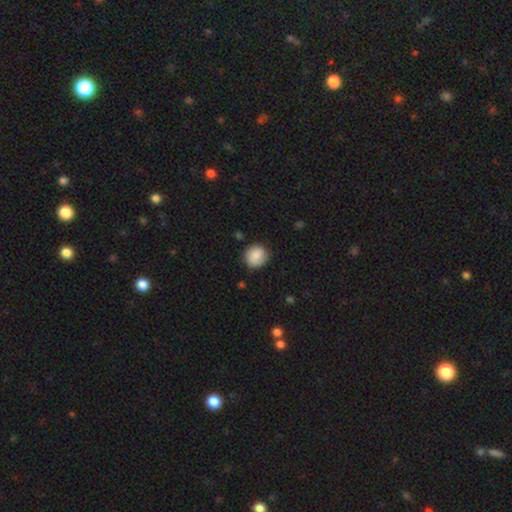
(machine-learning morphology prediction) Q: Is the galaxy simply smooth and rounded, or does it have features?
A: smooth — 83%.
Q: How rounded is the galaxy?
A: round — 84%.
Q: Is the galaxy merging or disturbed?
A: none — 82%.